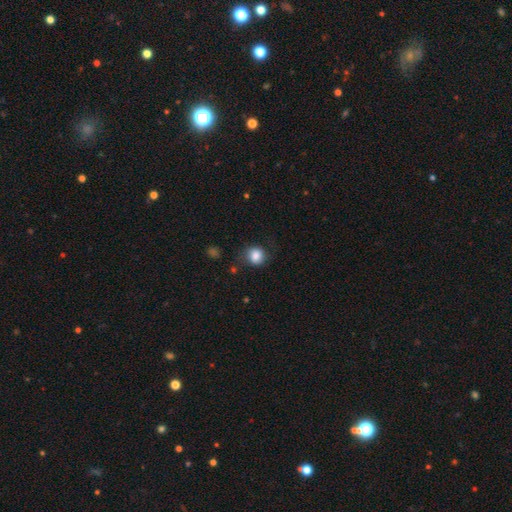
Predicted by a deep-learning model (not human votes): Smooth or featured? smooth (84%)
How rounded? round (78%)
Merging? none (69%)